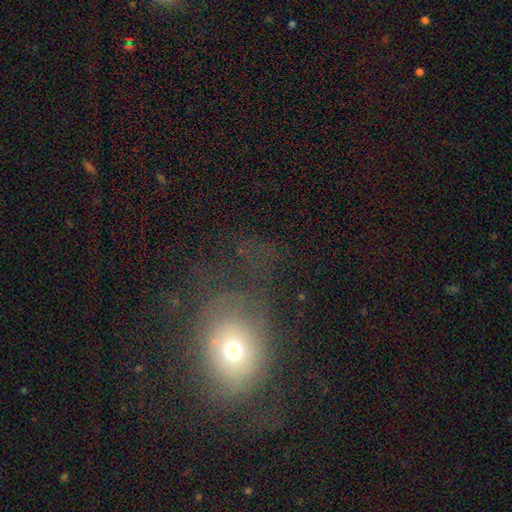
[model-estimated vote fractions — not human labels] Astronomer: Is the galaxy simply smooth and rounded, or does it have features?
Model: smooth — 52%.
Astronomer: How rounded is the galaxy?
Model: round — 61% (runner-up: in between, 38%).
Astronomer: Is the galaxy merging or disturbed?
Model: none — 46% (runner-up: major disturbance, 32%).